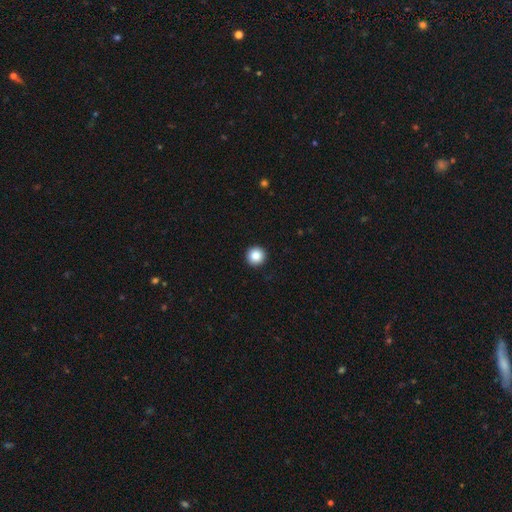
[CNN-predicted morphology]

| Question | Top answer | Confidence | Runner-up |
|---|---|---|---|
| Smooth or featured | smooth | 88% | star or artifact (9%) |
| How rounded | round | 96% | in between (3%) |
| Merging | none | 94% | minor disturbance (4%) |